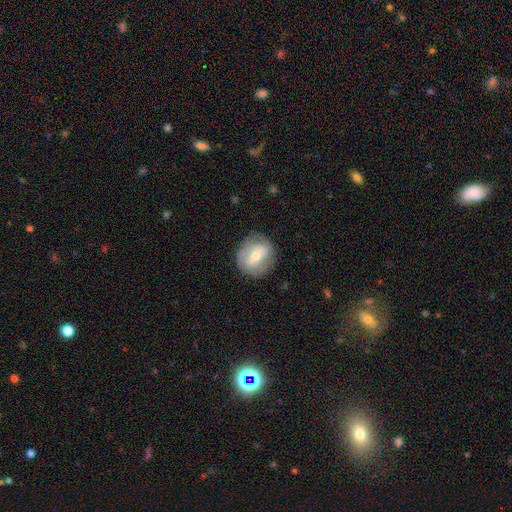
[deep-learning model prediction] featured or disk 62%, smooth 31%, star or artifact 7%. Down the decision tree: edge-on disk — no (95%); bar — weak (42%); spiral arms — yes (70%); bulge size — moderate (58%); merging — none (78%).